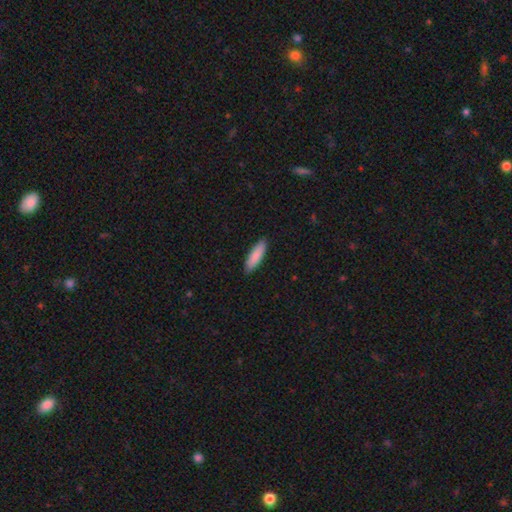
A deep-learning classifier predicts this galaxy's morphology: type=smooth (88%); roundness=cigar-shaped (60%); merging=none (90%).